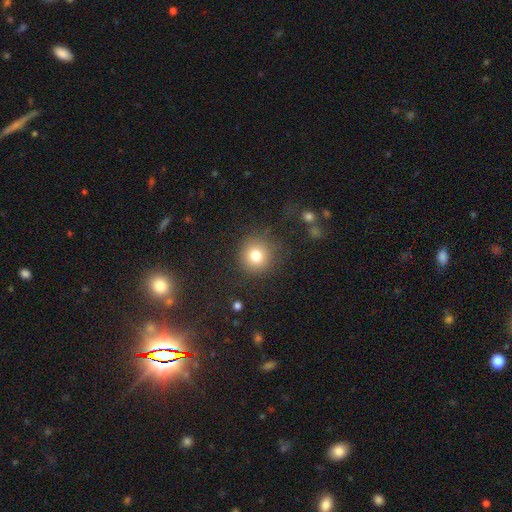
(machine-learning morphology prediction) smooth-or-featured: smooth: 79% | star or artifact: 13% | featured or disk: 8%
  how-rounded: round: 92% | in between: 7% | cigar-shaped: 1%
  merging: none: 84% | minor disturbance: 9% | major disturbance: 5% | merger: 2%